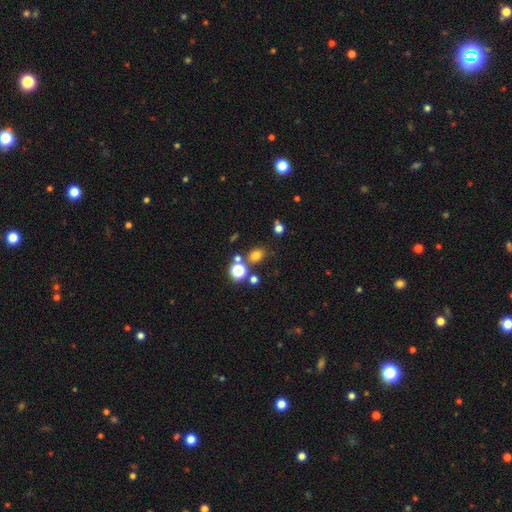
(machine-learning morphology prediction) This is likely a smooth galaxy (72%). How rounded: possibly round (58%). Merging: likely none (73%).